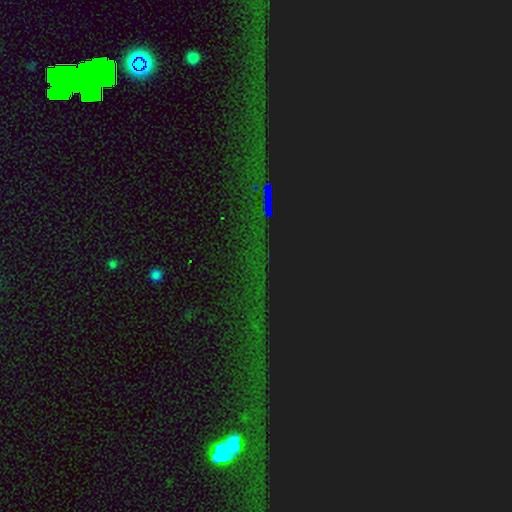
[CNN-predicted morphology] Smooth or featured?
  - star or artifact: 80% *
  - featured or disk: 10%
  - smooth: 10%